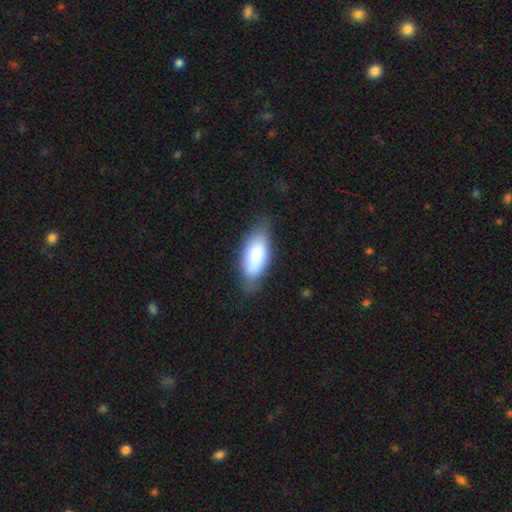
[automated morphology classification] The model was most divided on "merging": none: 68%, minor disturbance: 24%, major disturbance: 6%, merger: 2%. More confident: how rounded — in between (90%); smooth or featured — smooth (80%).